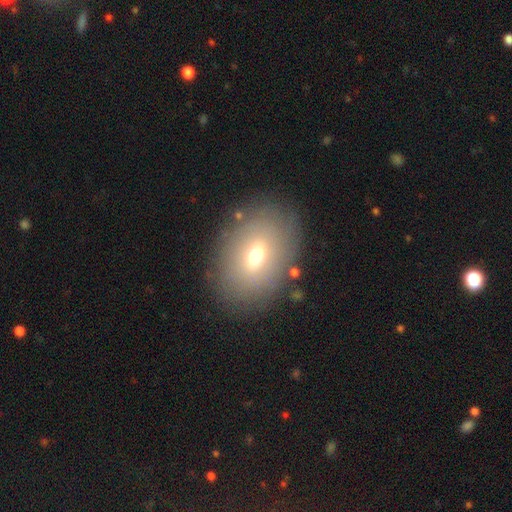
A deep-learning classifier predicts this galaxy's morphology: The model was most divided on "smooth or featured": smooth: 61%, featured or disk: 28%, star or artifact: 12%. More confident: merging — none (82%); how rounded — in between (78%).